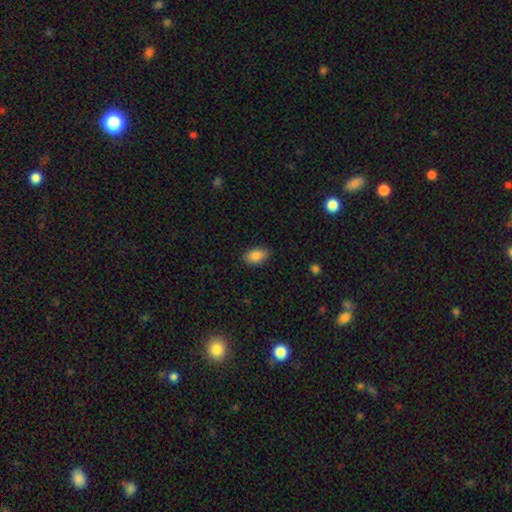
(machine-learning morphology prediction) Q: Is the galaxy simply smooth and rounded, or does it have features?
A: smooth — 87%.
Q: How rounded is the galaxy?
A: in between — 92%.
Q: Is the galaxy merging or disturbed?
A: none — 85%.